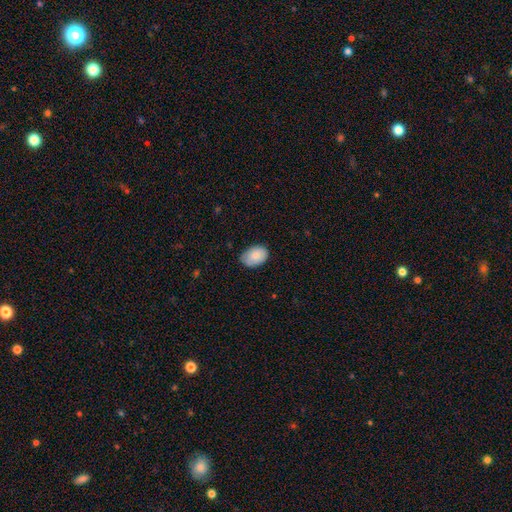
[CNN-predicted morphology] smooth 84%, featured or disk 9%, star or artifact 6%. Down the decision tree: how rounded — in between (85%); merging — none (67%).